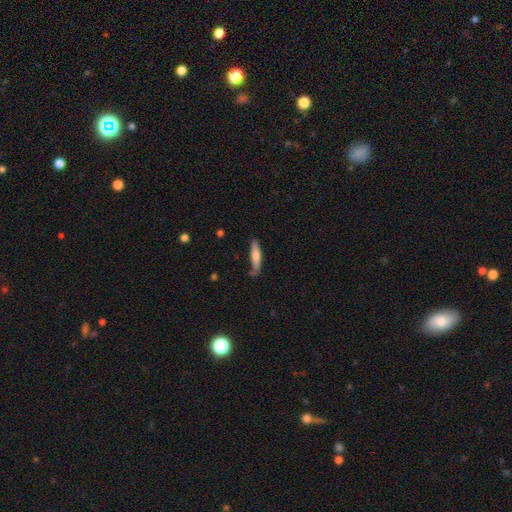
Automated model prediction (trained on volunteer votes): smooth_or_featured: smooth (p=0.64) [alt: featured or disk p=0.30]
how_rounded: cigar-shaped (p=0.84) [alt: in between p=0.14]
merging: none (p=0.67) [alt: minor disturbance p=0.24]